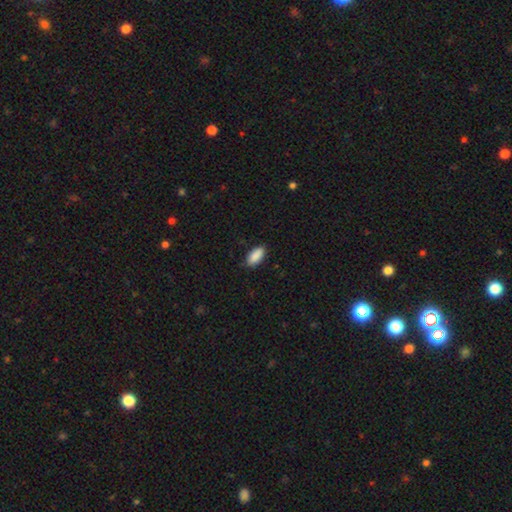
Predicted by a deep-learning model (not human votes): Smooth or featured?
  - smooth: 90% *
  - star or artifact: 6%
  - featured or disk: 4%
How rounded?
  - in between: 90% *
  - cigar-shaped: 8%
  - round: 2%
Merging?
  - none: 85% *
  - minor disturbance: 12%
  - major disturbance: 2%
  - merger: 1%